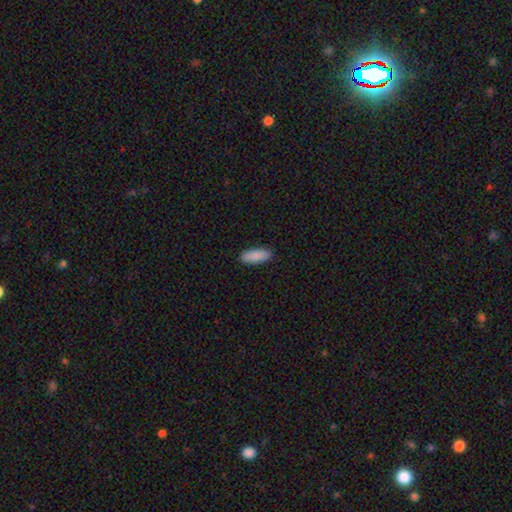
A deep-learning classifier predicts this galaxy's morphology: Smooth or featured? smooth (90%)
How rounded? in between (72%)
Merging? none (90%)